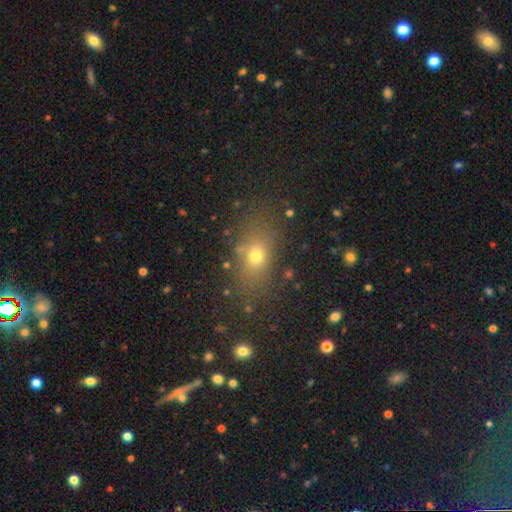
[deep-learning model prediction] The model was most divided on "how rounded": in between: 68%, round: 26%, cigar-shaped: 6%. More confident: merging — none (78%); smooth or featured — smooth (69%).